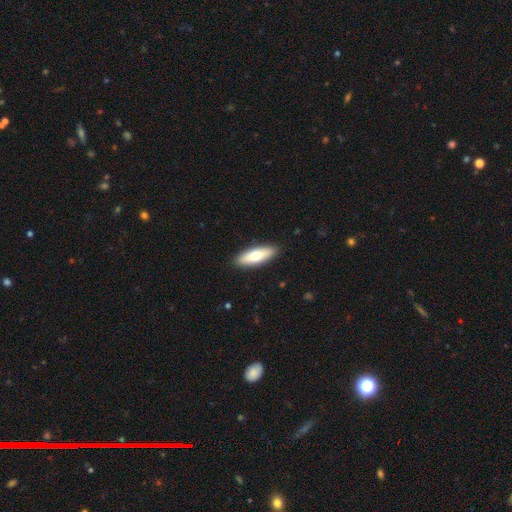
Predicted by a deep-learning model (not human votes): Smooth or featured: smooth — 69% (featured or disk — 26%)
How rounded: in between — 60% (cigar-shaped — 38%)
Merging: none — 90% (minor disturbance — 7%)